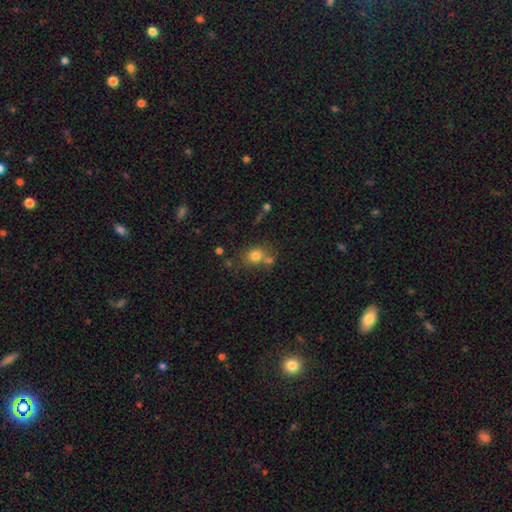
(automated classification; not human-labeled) This is likely a smooth galaxy (77%). How rounded: likely round (63%). Merging: possibly none (57%).